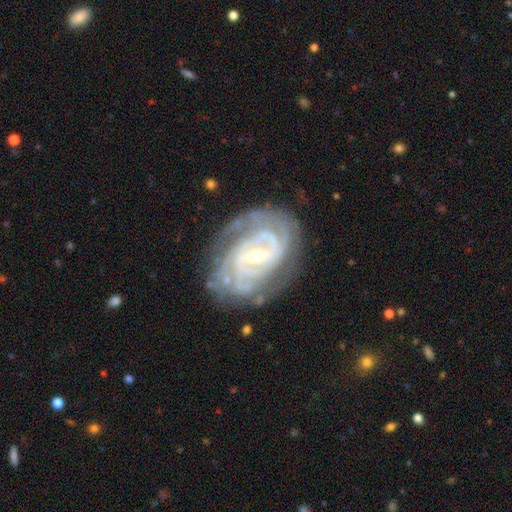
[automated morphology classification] Smooth or featured?
  - featured or disk: 89% *
  - smooth: 6%
  - star or artifact: 5%
Edge-on disk?
  - no: 97% *
  - yes: 3%
Bar?
  - weak: 46% *
  - strong: 33%
  - no: 21%
Spiral arms?
  - yes: 95% *
  - no: 5%
Spiral winding?
  - tight: 65% *
  - medium: 28%
  - loose: 6%
Spiral arm count?
  - 2: 39% *
  - can't tell: 28%
  - 3: 15%
  - 4: 8%
  - more than 4: 5%
  - 1: 5%
Bulge size?
  - small: 71% *
  - moderate: 25%
  - none: 2%
  - large: 2%
  - dominant: 1%
Merging?
  - none: 70% *
  - minor disturbance: 19%
  - major disturbance: 9%
  - merger: 2%